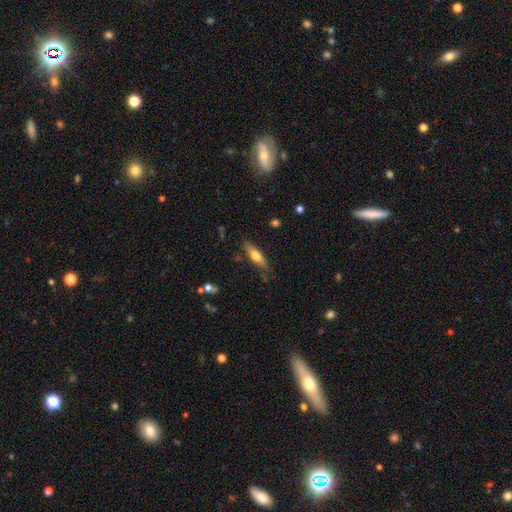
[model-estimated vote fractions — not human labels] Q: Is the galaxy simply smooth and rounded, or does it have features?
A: smooth — 60%.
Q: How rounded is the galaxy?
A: cigar-shaped — 63%.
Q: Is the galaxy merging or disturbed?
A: none — 76%.